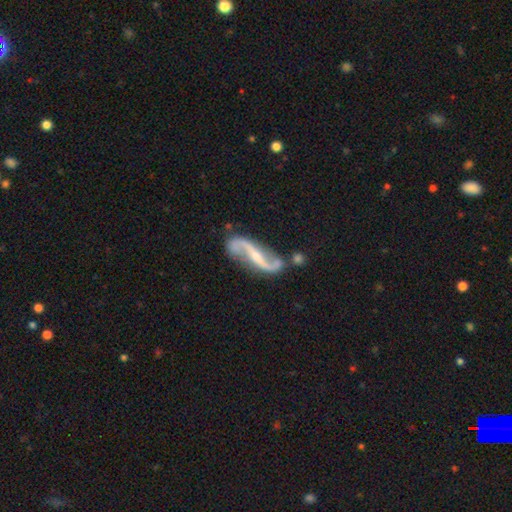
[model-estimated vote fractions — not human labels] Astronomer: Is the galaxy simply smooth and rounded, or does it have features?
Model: featured or disk — 90%.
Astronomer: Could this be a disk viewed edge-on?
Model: no — 93%.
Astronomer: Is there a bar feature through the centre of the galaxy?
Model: weak — 37% (runner-up: strong, 35%).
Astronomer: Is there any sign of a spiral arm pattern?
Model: yes — 96%.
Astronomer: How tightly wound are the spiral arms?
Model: loose — 69%.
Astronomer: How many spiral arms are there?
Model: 2 — 93%.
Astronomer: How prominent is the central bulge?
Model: small — 62%.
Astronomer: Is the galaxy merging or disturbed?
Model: none — 66%.